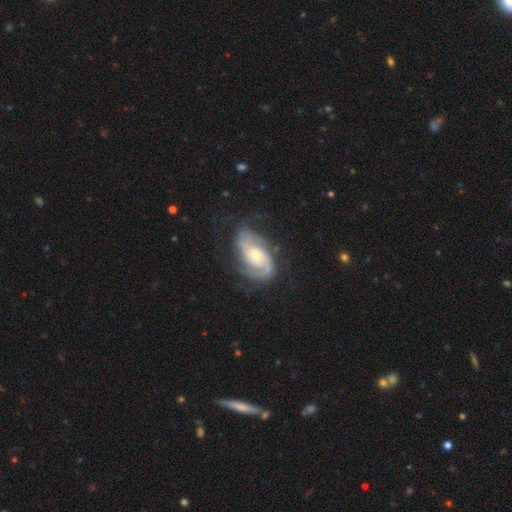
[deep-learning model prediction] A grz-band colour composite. It shows a featured or disk galaxy (86%) with no bar (63%), 2 (75%) tight (44%) spiral arms (96%) and a moderate central bulge (48%). Merging: none (67%).